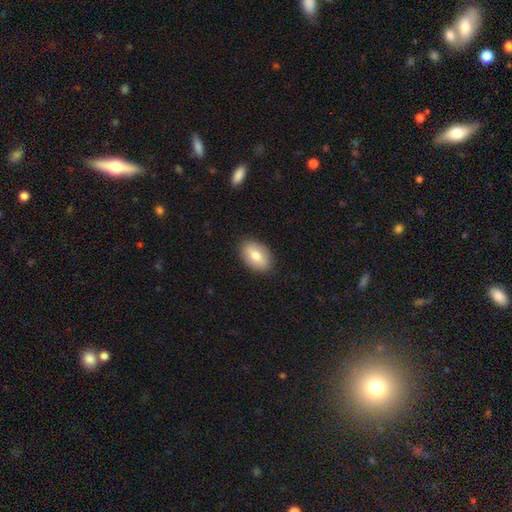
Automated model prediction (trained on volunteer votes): Smooth or featured? smooth (75%)
How rounded? in between (89%)
Merging? none (88%)